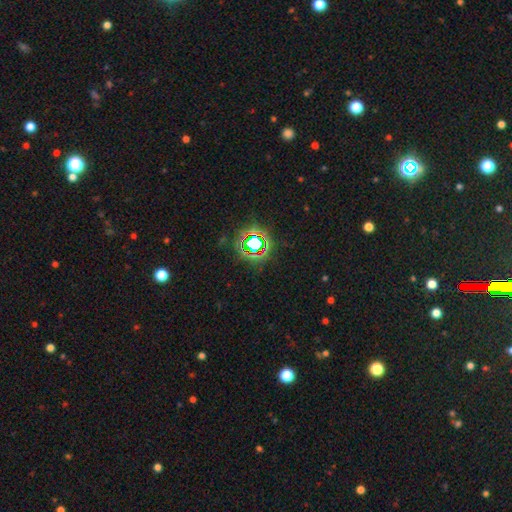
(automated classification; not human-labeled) smooth-or-featured: star or artifact: 78% | smooth: 14% | featured or disk: 9%